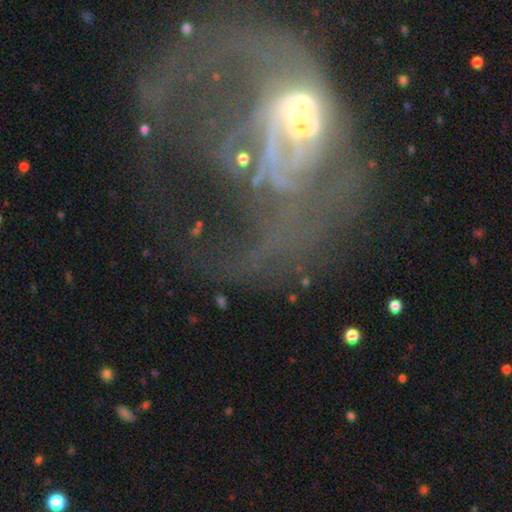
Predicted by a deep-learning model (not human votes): Q: Smooth or featured?
A: featured or disk (69%); runner-up: star or artifact (17%)
Q: Edge-on disk?
A: no (95%); runner-up: yes (5%)
Q: Bar?
A: no (65%); runner-up: weak (22%)
Q: Spiral arms?
A: yes (54%); runner-up: no (46%)
Q: Bulge size?
A: moderate (42%); runner-up: small (35%)
Q: Merging?
A: major disturbance (42%); runner-up: merger (27%)